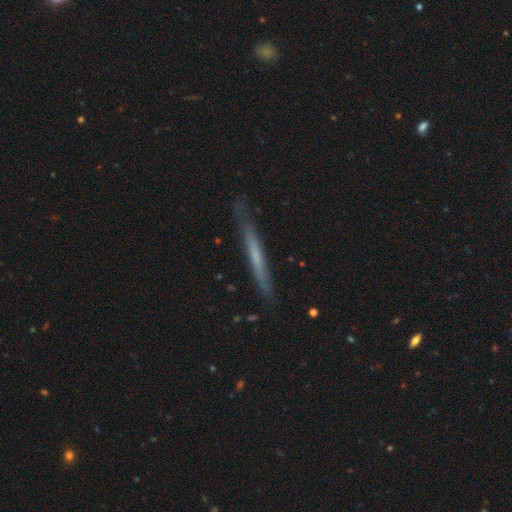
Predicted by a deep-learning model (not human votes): smooth-or-featured: featured or disk: 47% (tied) | smooth: 47% (tied) | star or artifact: 6%
  merging: none: 79% | minor disturbance: 16% | major disturbance: 3% | merger: 2%